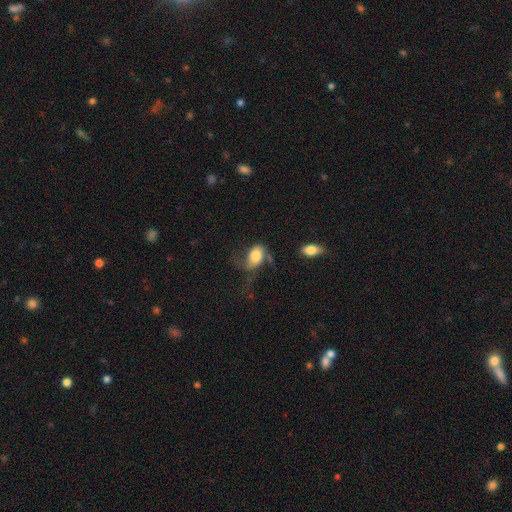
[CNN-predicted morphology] Smooth or featured?
  - smooth: 61% *
  - featured or disk: 31%
  - star or artifact: 8%
How rounded?
  - in between: 83% *
  - round: 15%
  - cigar-shaped: 2%
Merging?
  - major disturbance: 40% *
  - none: 29%
  - minor disturbance: 23%
  - merger: 8%